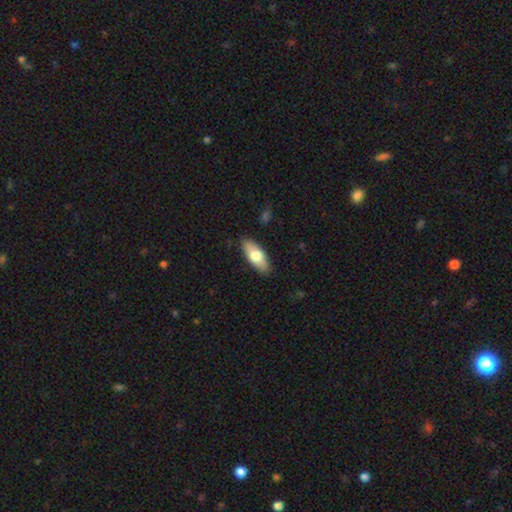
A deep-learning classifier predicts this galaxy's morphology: This appears to be a smooth galaxy with no disk features (72%) that is in between round and cigar-shaped (80%). Merging: none (88%).